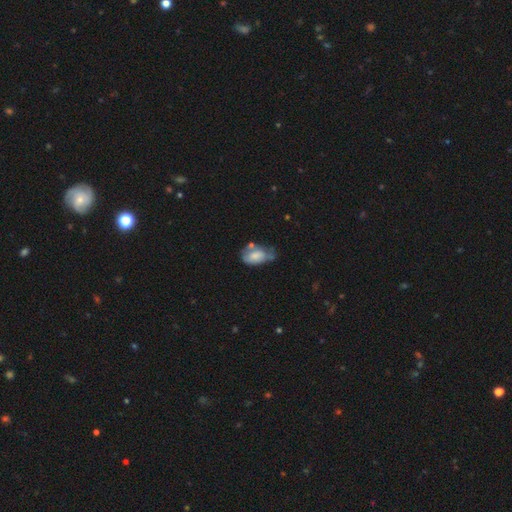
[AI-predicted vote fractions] Morphology: type=smooth (62%); roundness=in between (90%); merging=minor disturbance (37%).